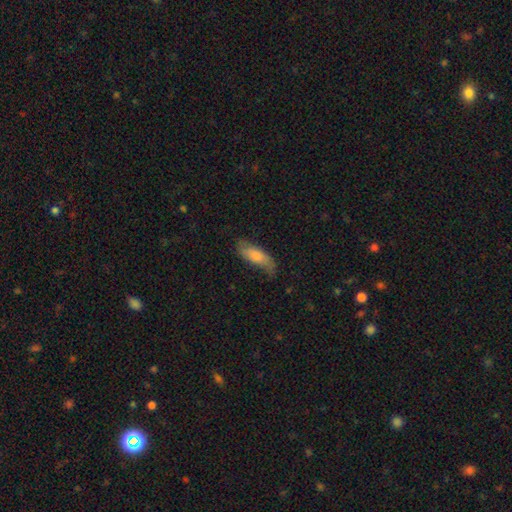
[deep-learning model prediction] Q: Smooth or featured?
A: smooth (67%); runner-up: featured or disk (27%)
Q: How rounded?
A: in between (59%); runner-up: cigar-shaped (39%)
Q: Merging?
A: none (63%); runner-up: minor disturbance (27%)